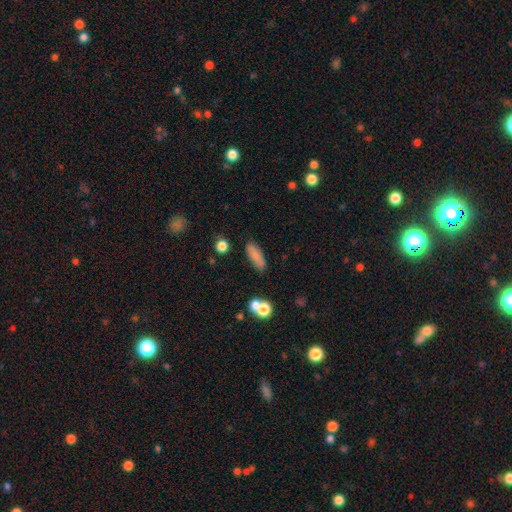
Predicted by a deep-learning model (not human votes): Q: Smooth or featured?
A: smooth (81%); runner-up: featured or disk (10%)
Q: How rounded?
A: in between (58%); runner-up: cigar-shaped (38%)
Q: Merging?
A: none (80%); runner-up: minor disturbance (12%)